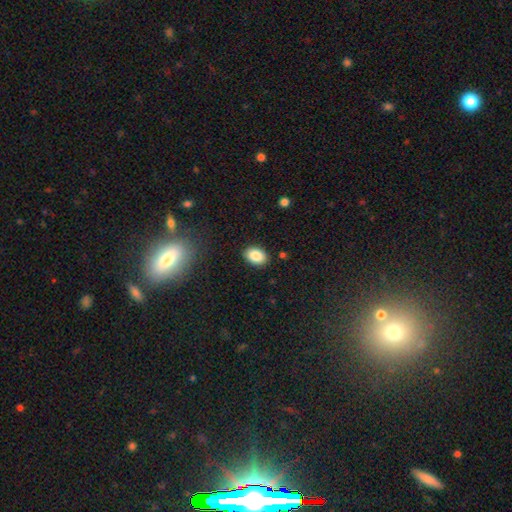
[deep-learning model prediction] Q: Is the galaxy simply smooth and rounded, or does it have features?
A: smooth — 87%.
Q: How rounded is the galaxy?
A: in between — 82%.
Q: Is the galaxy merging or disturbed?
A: none — 88%.